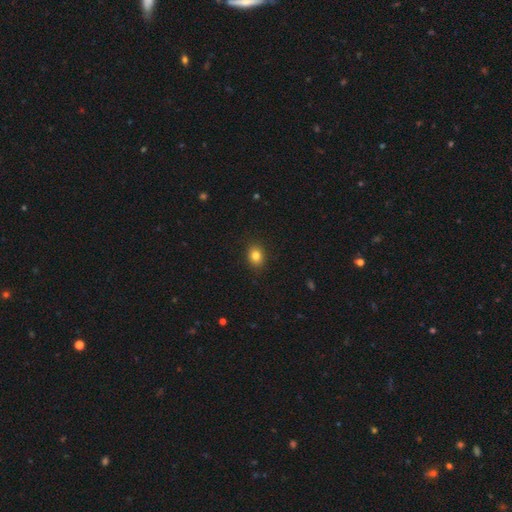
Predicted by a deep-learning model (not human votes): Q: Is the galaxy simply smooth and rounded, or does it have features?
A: smooth — 82%.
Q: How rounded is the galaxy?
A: round — 51%.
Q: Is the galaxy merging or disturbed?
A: none — 90%.